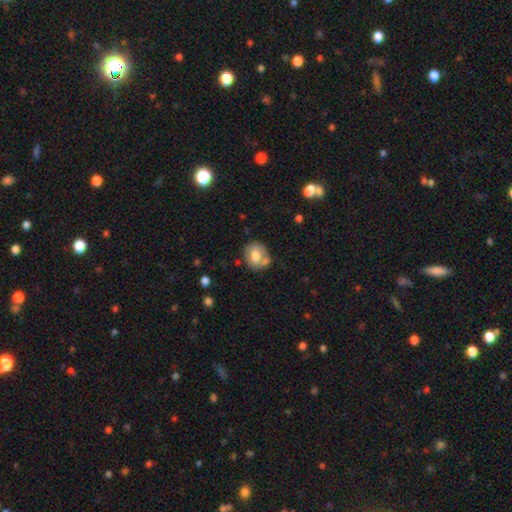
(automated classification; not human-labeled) smooth 67%, featured or disk 25%, star or artifact 8%. Down the decision tree: how rounded — round (57%); merging — none (57%).